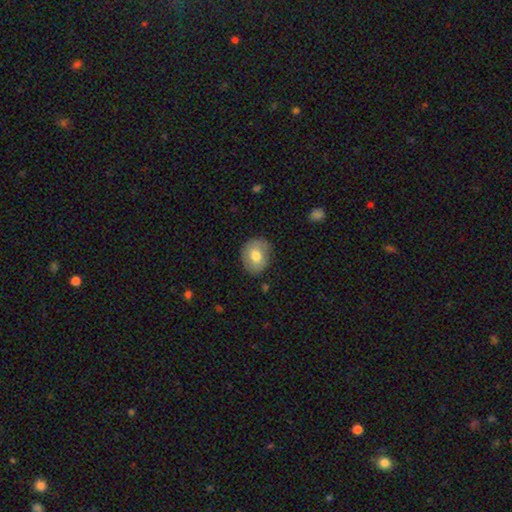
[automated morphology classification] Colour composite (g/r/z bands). It shows a smooth galaxy with no disk features (74%) that is round (61%). Merging: none (83%).